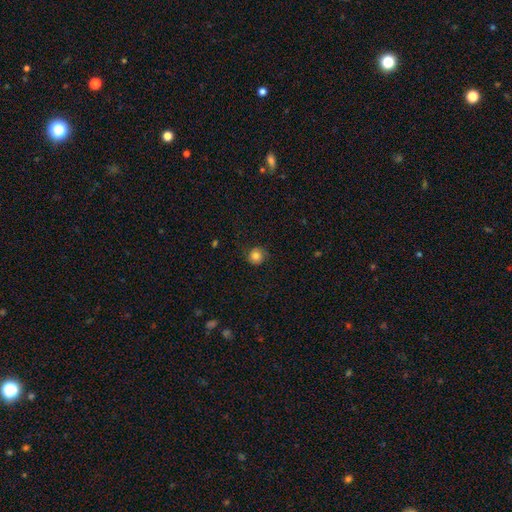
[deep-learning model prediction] Overall: smooth (79%). How rounded: round (89%). Merging: none (80%).